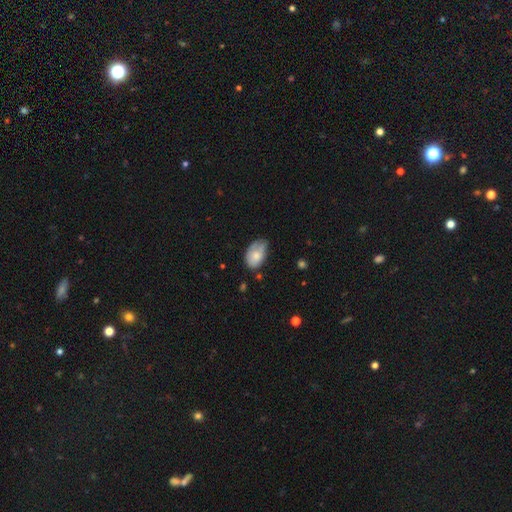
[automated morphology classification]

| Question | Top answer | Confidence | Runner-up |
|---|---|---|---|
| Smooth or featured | smooth | 73% | featured or disk (20%) |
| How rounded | in between | 89% | round (9%) |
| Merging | minor disturbance | 43% | tied: none (43%) |